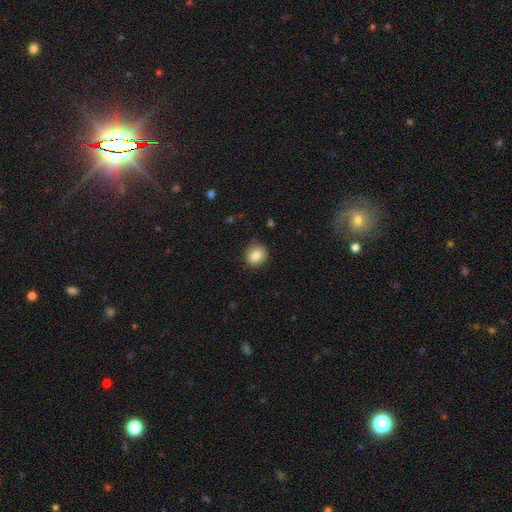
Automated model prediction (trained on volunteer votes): Overall: smooth (81%). How rounded: round (76%). Merging: none (85%).